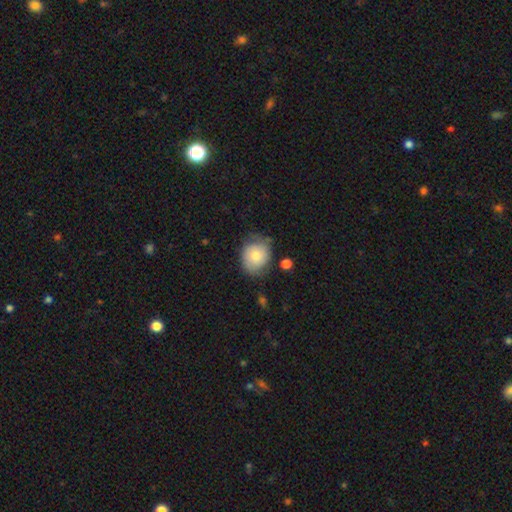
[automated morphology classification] Q: Smooth or featured?
A: smooth (69%); runner-up: featured or disk (24%)
Q: How rounded?
A: round (67%); runner-up: in between (32%)
Q: Merging?
A: none (62%); runner-up: minor disturbance (27%)